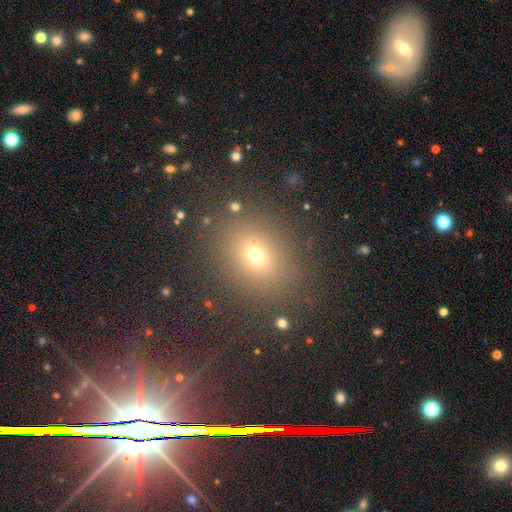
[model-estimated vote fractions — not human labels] Morphology: type=smooth (63%); roundness=round (57%); merging=none (84%).